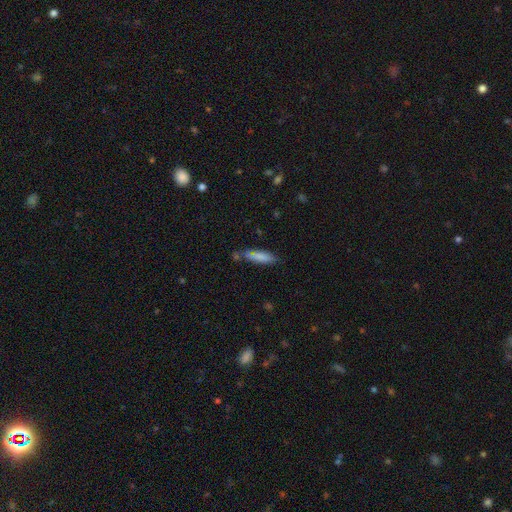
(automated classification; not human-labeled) Morphology: type=smooth (76%); roundness=cigar-shaped (77%); merging=none (68%).